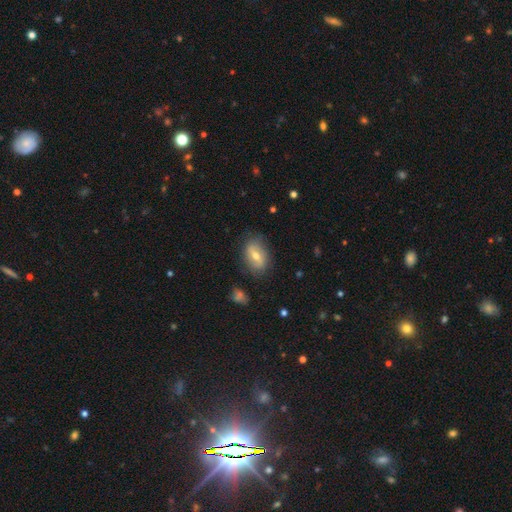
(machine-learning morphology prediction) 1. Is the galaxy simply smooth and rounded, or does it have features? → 47% smooth, 46% featured or disk, 7% star or artifact.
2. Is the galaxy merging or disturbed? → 78% none, 16% minor disturbance, 4% major disturbance, 2% merger.